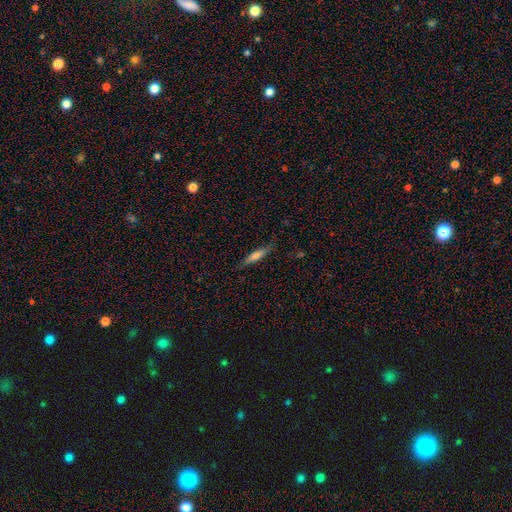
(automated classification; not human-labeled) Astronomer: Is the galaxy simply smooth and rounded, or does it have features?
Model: smooth — 64%.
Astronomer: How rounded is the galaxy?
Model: cigar-shaped — 81%.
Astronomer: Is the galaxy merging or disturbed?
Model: none — 81%.